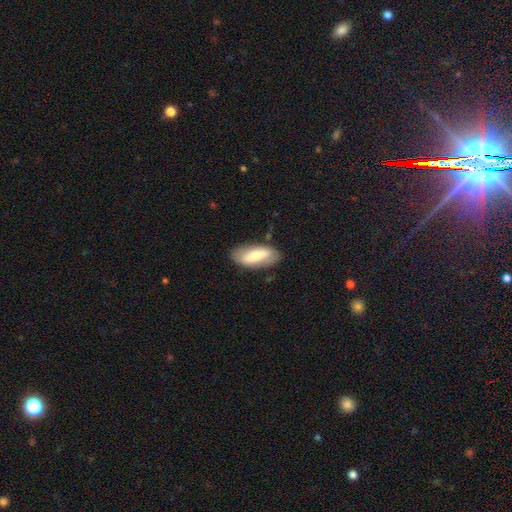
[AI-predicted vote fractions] Smooth or featured? smooth (66%)
How rounded? in between (86%)
Merging? none (76%)